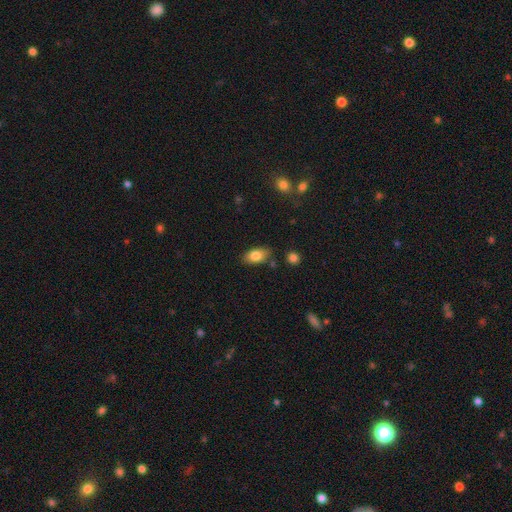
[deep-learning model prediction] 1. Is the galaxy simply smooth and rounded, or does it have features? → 81% smooth, 11% featured or disk, 8% star or artifact.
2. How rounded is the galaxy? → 90% in between, 7% round, 3% cigar-shaped.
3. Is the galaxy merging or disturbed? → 79% none, 14% minor disturbance, 4% merger, 3% major disturbance.